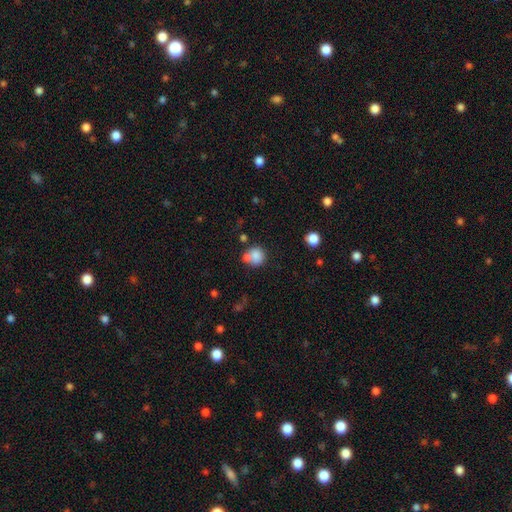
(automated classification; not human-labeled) Morphology: type=smooth (81%); roundness=round (85%); merging=none (53%).